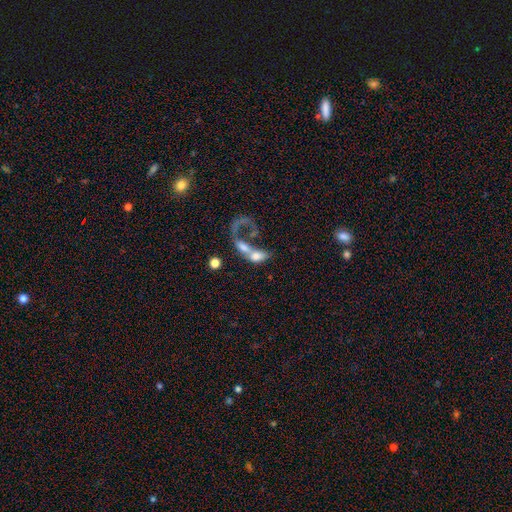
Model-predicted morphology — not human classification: A smooth galaxy with no disk features (50%) that is in between round and cigar-shaped (76%).

Vote fractions:
- Smooth or featured? smooth: 50% / featured or disk: 39% / star or artifact: 11%
- How rounded? in between: 76% / round: 15% / cigar-shaped: 9%
- Merging? merger: 64% / major disturbance: 21% / none: 10% / minor disturbance: 5%